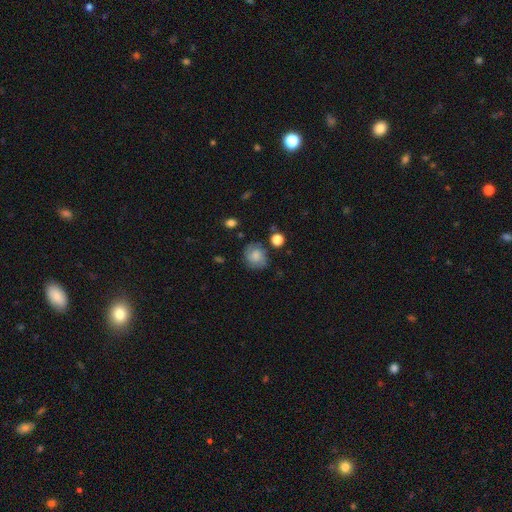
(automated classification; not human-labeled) Smooth or featured? Predicted: smooth (p=0.52). How rounded? Predicted: round (p=0.71). Merging? Predicted: none (p=0.74).